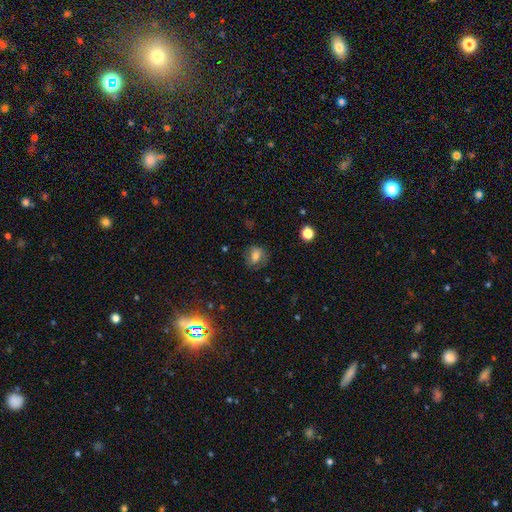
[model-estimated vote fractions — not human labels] This is likely a smooth galaxy (61%). How rounded: possibly round (58%). Merging: likely none (70%).